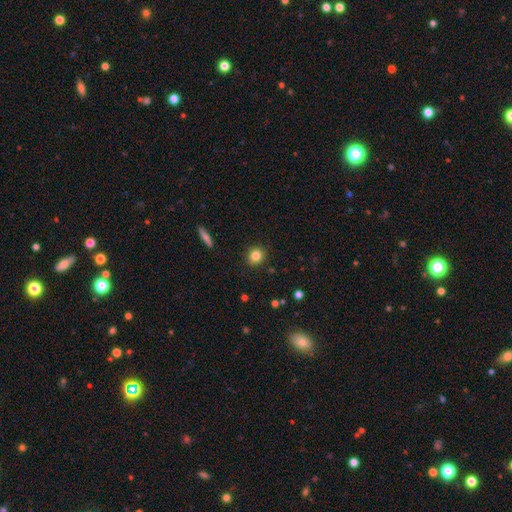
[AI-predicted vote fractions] Smooth or featured? Predicted: smooth (p=0.83). How rounded? Predicted: round (p=0.84). Merging? Predicted: none (p=0.90).